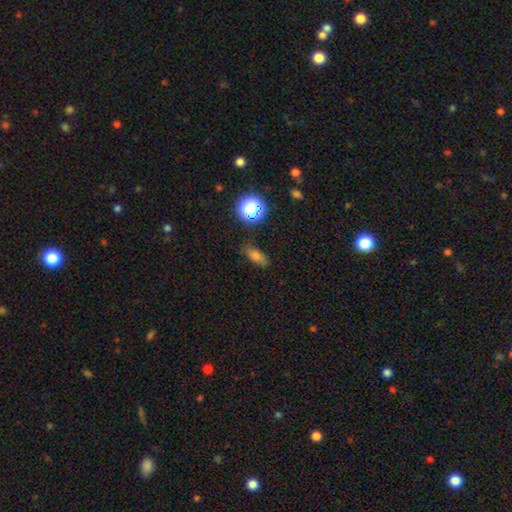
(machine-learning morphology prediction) smooth_or_featured: smooth (p=0.72) [alt: star or artifact p=0.18]
how_rounded: in between (p=0.74) [alt: cigar-shaped p=0.14]
merging: none (p=0.80) [alt: minor disturbance p=0.14]